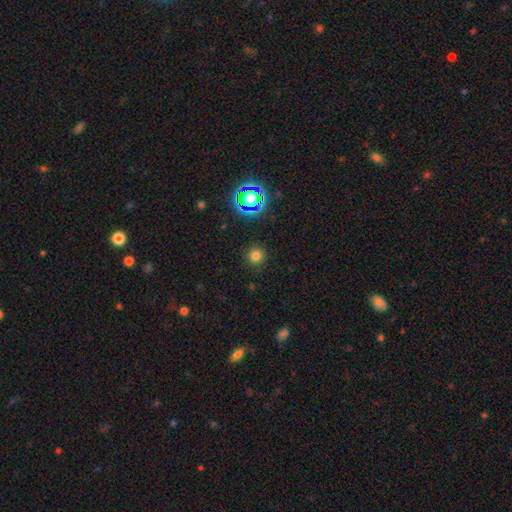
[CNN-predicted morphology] Smooth or featured?
  - smooth: 76% *
  - star or artifact: 19%
  - featured or disk: 5%
How rounded?
  - round: 94% *
  - in between: 5%
  - cigar-shaped: 1%
Merging?
  - none: 90% *
  - minor disturbance: 6%
  - major disturbance: 3%
  - merger: 1%